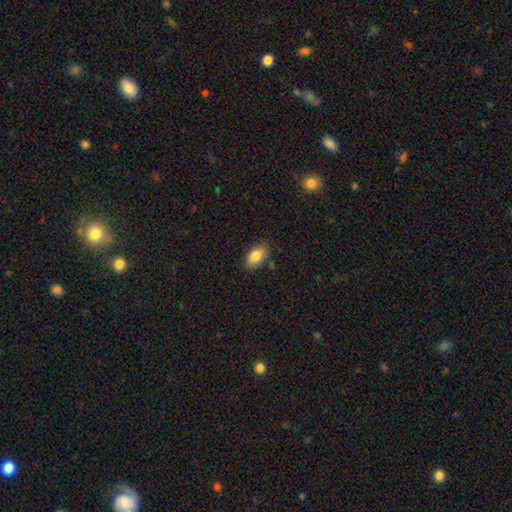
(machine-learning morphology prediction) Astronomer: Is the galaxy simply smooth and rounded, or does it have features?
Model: smooth — 84%.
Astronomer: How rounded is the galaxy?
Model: in between — 92%.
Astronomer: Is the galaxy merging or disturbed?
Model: none — 82%.